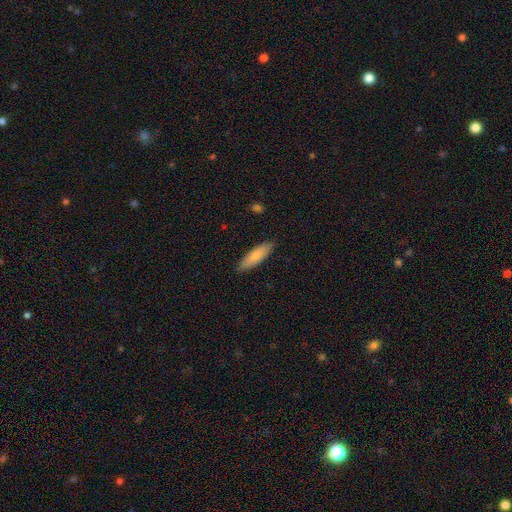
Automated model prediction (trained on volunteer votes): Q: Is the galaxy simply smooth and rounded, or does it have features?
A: smooth — 79%.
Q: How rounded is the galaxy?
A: cigar-shaped — 58%.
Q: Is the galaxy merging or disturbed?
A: none — 88%.